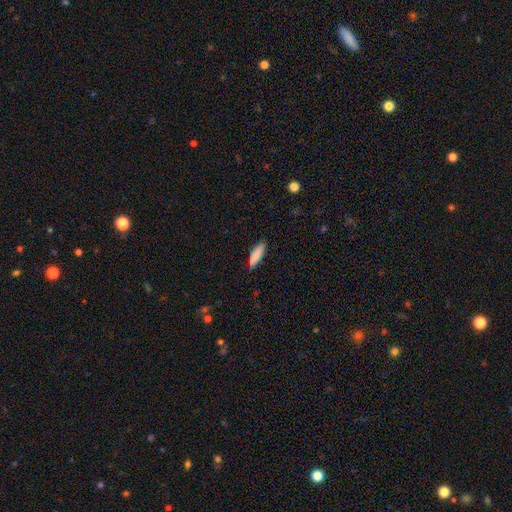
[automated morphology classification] A smooth galaxy with no disk features (84%) that is in between round and cigar-shaped (50%).

Vote fractions:
- Smooth or featured? smooth: 84% / featured or disk: 10% / star or artifact: 7%
- How rounded? in between: 50% / cigar-shaped: 48% / round: 2%
- Merging? none: 81% / minor disturbance: 15% / major disturbance: 2% / merger: 2%